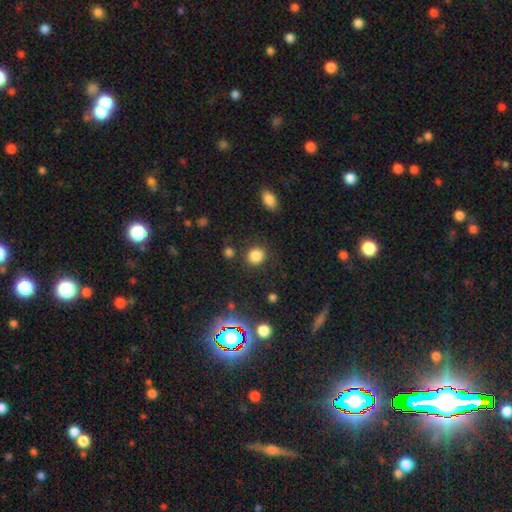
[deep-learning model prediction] Smooth or featured? smooth (82%)
How rounded? round (80%)
Merging? none (84%)